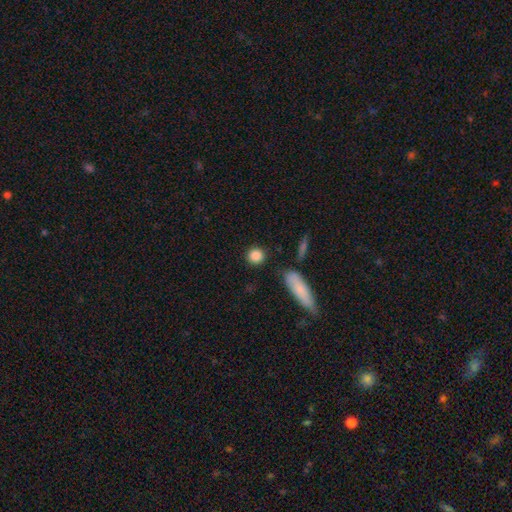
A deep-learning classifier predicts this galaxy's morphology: A smooth galaxy with no disk features (87%) that is round (86%).

Vote fractions:
- Smooth or featured? smooth: 87% / star or artifact: 8% / featured or disk: 5%
- How rounded? round: 86% / in between: 11% / cigar-shaped: 3%
- Merging? none: 87% / minor disturbance: 7% / merger: 4% / major disturbance: 2%